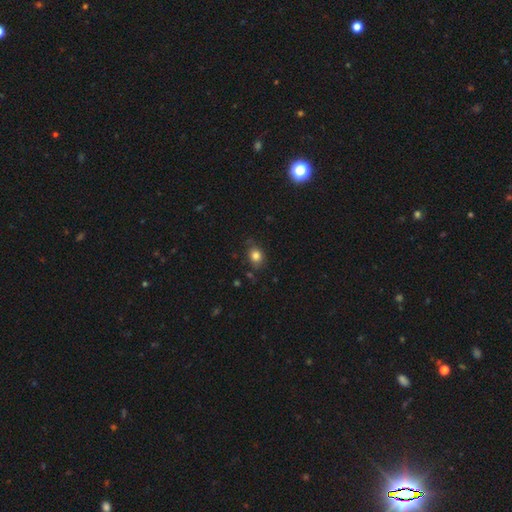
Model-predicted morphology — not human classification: Smooth or featured? Predicted: smooth (p=0.82). How rounded? Predicted: round (p=0.50). Merging? Predicted: none (p=0.73).